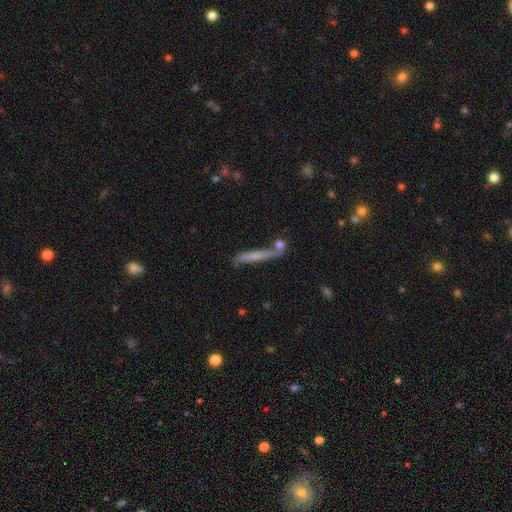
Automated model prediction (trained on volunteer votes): This appears to be a smooth galaxy with no disk features (54%) that is cigar-shaped (93%). Merging: none (65%).